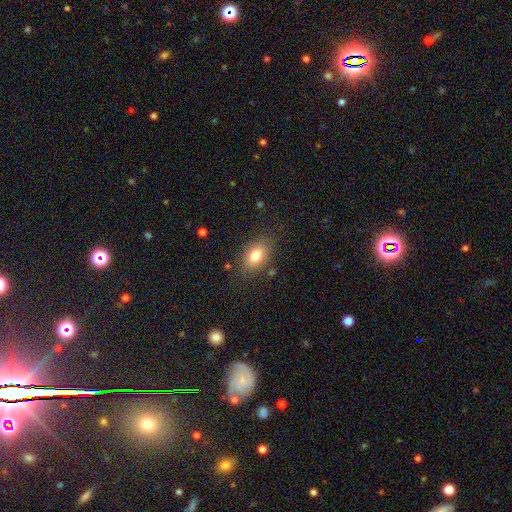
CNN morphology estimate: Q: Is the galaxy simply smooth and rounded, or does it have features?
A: smooth — 78%.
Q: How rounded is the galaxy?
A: in between — 83%.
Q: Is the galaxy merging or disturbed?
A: none — 81%.